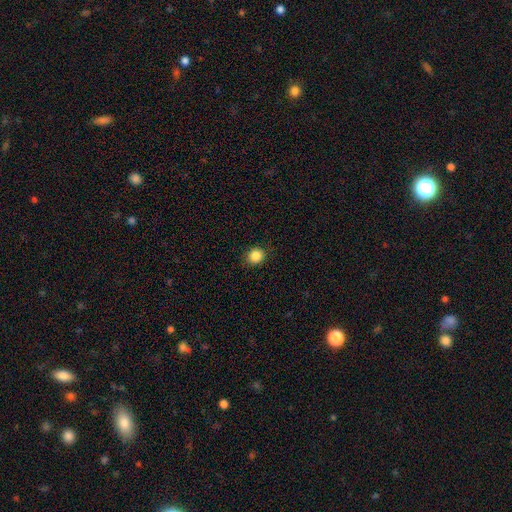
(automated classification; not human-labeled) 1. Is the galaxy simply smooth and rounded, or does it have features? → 86% smooth, 10% star or artifact, 4% featured or disk.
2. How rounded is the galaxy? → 79% round, 20% in between, 1% cigar-shaped.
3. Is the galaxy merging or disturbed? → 87% none, 9% minor disturbance, 2% major disturbance, 1% merger.